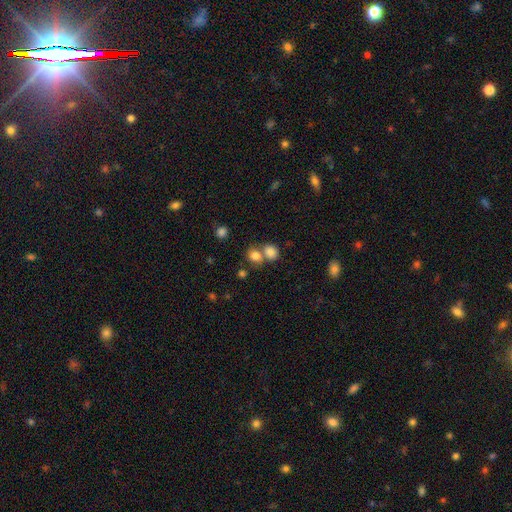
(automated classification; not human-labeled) Smooth or featured? smooth (81%)
How rounded? round (68%)
Merging? none (47%)